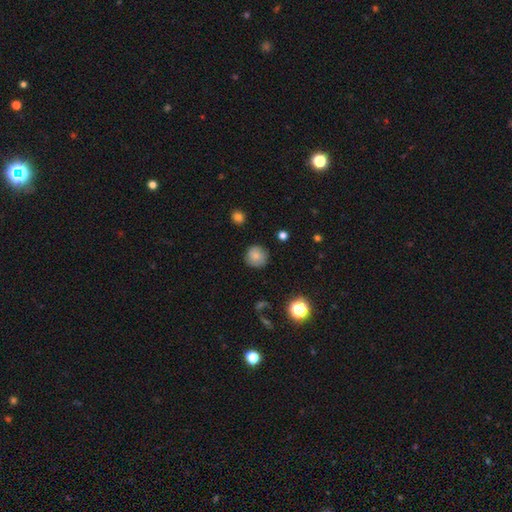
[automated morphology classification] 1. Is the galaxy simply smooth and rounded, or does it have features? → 81% smooth, 10% star or artifact, 9% featured or disk.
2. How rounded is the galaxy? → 92% round, 7% in between, 1% cigar-shaped.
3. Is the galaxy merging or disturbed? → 85% none, 11% minor disturbance, 3% major disturbance, 1% merger.